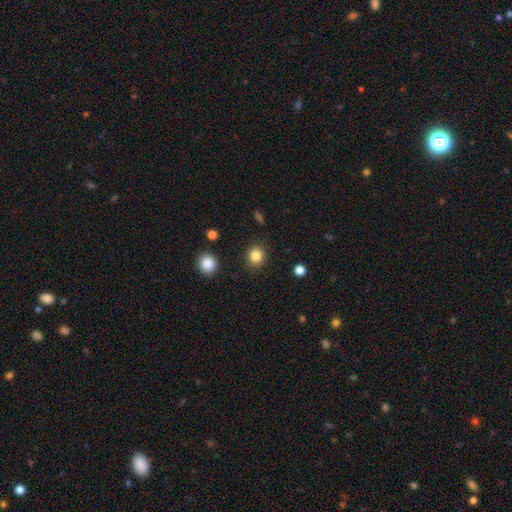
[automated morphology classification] Smooth or featured? smooth (84%)
How rounded? round (81%)
Merging? none (89%)